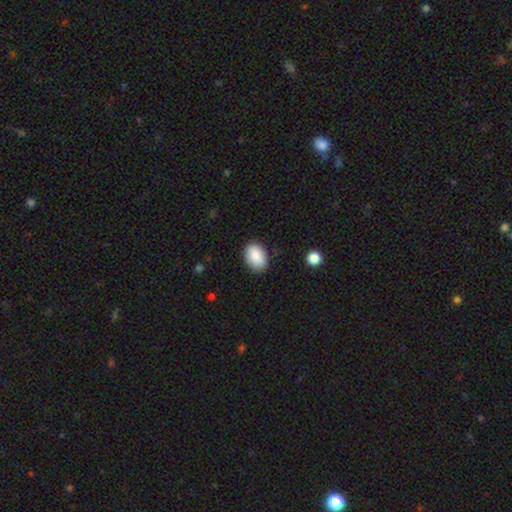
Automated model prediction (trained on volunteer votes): The model was most divided on "how rounded": in between: 85%, round: 14%, cigar-shaped: 1%. More confident: smooth or featured — smooth (88%); merging — none (85%).